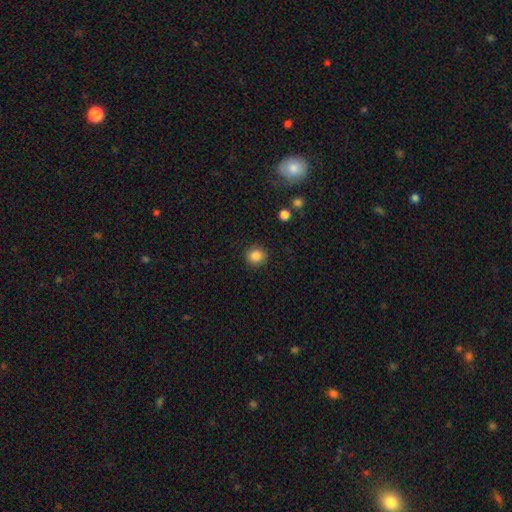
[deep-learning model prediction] The model was most divided on "how rounded": round: 82%, in between: 17%, cigar-shaped: 1%. More confident: merging — none (88%); smooth or featured — smooth (86%).